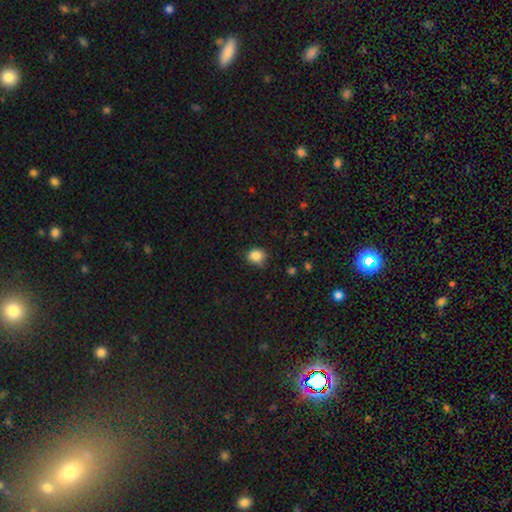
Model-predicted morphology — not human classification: The model was most divided on "how rounded": round: 74%, in between: 25%, cigar-shaped: 1%. More confident: smooth or featured — smooth (85%); merging — none (72%).